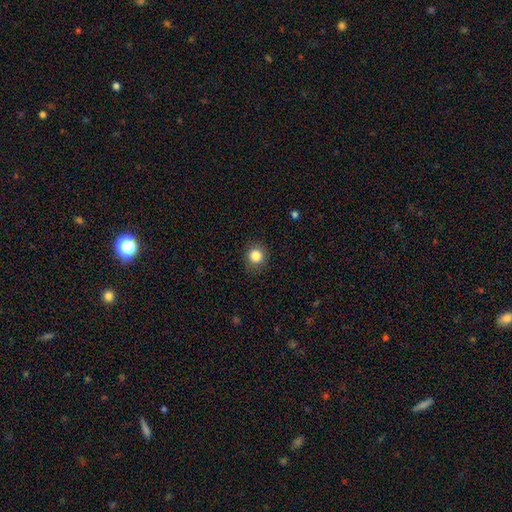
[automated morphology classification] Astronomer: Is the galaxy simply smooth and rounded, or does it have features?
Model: smooth — 85%.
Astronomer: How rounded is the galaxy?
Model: round — 86%.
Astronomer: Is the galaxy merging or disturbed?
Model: none — 85%.